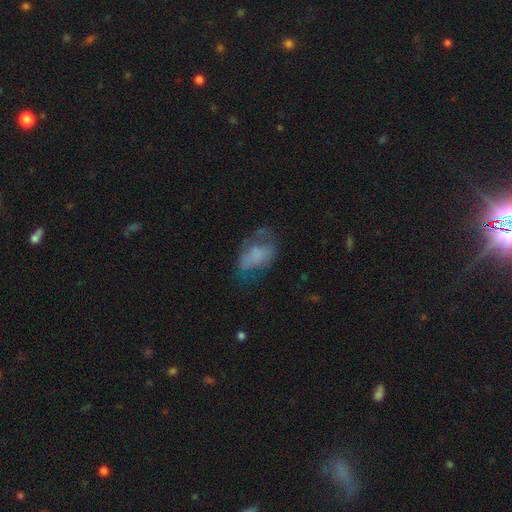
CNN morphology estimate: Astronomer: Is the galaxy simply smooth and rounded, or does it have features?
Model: smooth — 55% (runner-up: featured or disk, 34%).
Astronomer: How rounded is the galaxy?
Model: in between — 88%.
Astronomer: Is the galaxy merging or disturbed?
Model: none — 38% (runner-up: major disturbance, 32%).